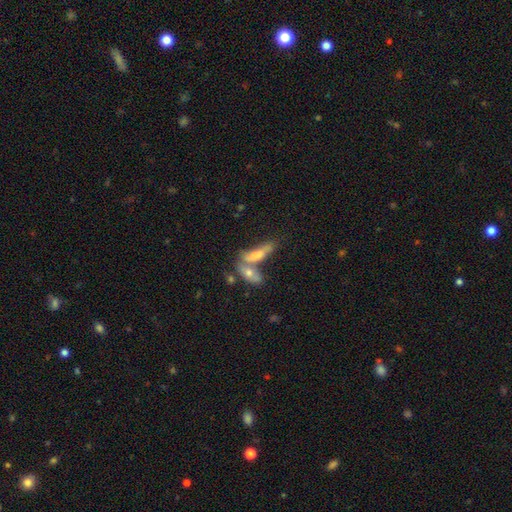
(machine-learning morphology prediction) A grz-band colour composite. It shows a smooth galaxy with no disk features (52%) that is cigar-shaped (49%). Merging: merger (56%).